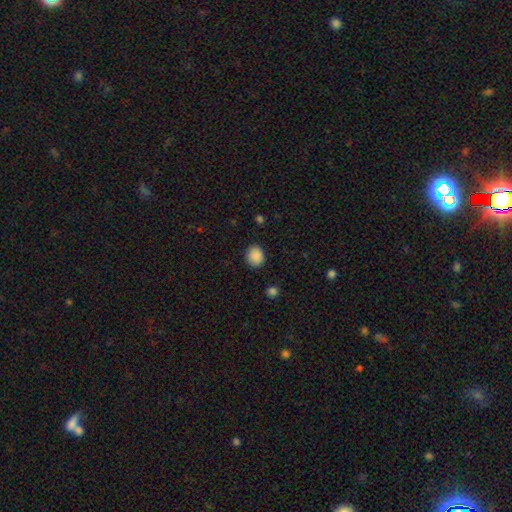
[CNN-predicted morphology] Q: Smooth or featured?
A: smooth (89%); runner-up: star or artifact (9%)
Q: How rounded?
A: round (60%); runner-up: in between (39%)
Q: Merging?
A: none (86%); runner-up: minor disturbance (10%)